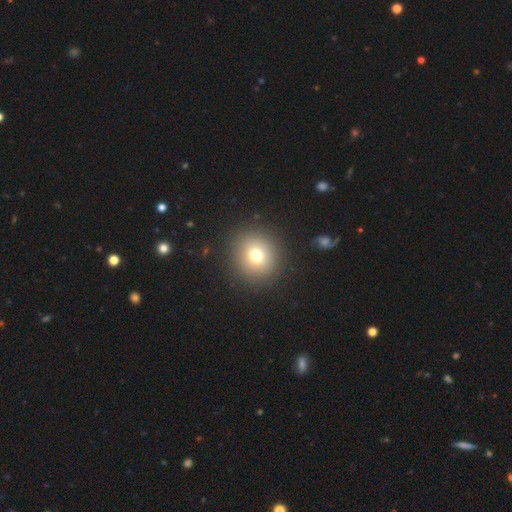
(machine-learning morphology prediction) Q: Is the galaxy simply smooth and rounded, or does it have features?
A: smooth — 75%.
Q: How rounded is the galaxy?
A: round — 89%.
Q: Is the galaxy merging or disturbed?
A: none — 89%.